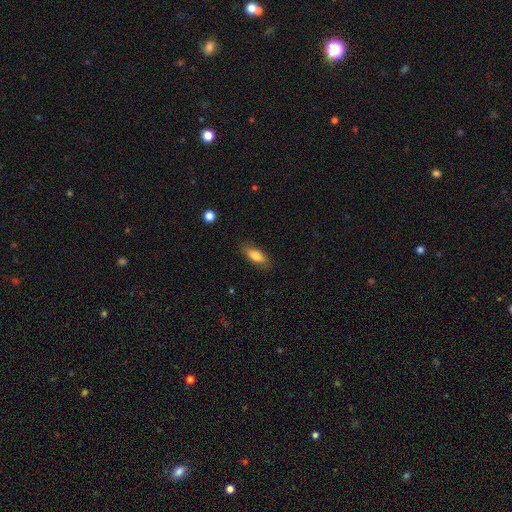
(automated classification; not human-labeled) This appears to be a smooth galaxy with no disk features (78%) that is in between round and cigar-shaped (75%). Merging: none (83%).